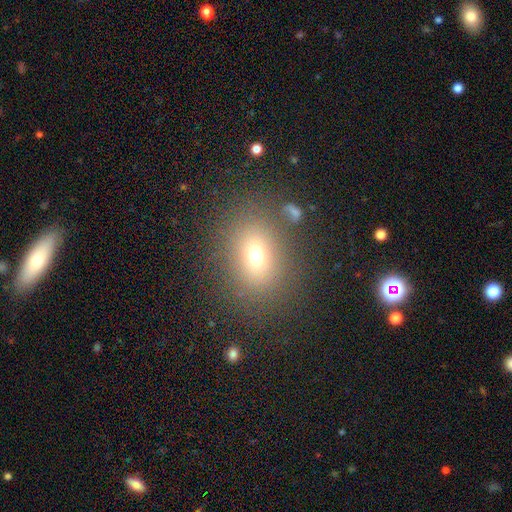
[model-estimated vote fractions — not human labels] Overall: smooth (69%). How rounded: in between (50%; round 48%). Merging: none (82%).